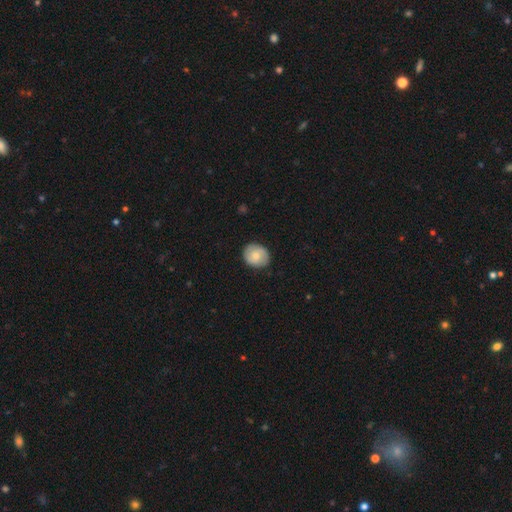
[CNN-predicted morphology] This appears to be a smooth galaxy with no disk features (70%) that is round (71%). Merging: none (84%).